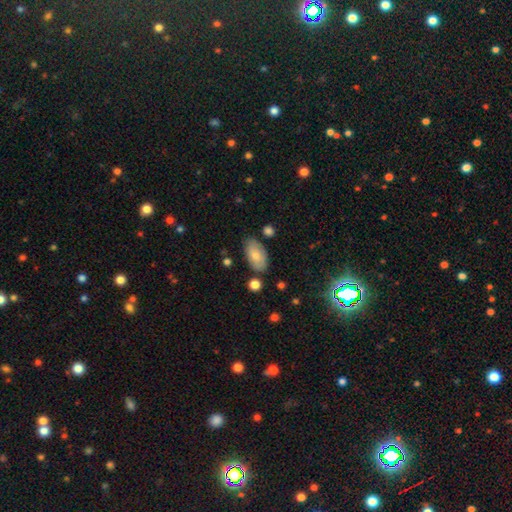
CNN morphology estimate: Smooth or featured? Predicted: smooth (p=0.76). How rounded? Predicted: in between (p=0.94). Merging? Predicted: none (p=0.78).